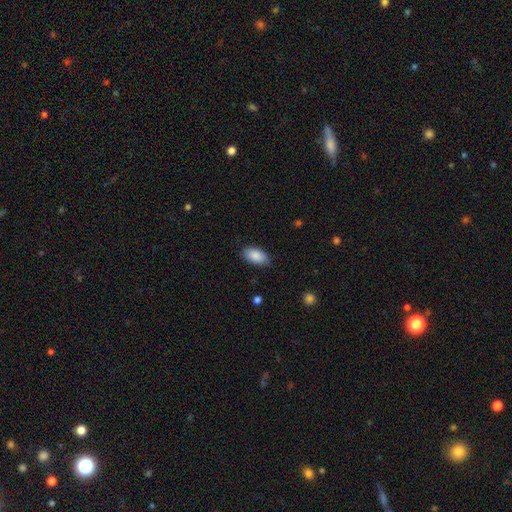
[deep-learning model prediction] A smooth galaxy with no disk features (88%) that is in between round and cigar-shaped (94%).

Vote fractions:
- Smooth or featured? smooth: 88% / star or artifact: 6% / featured or disk: 6%
- How rounded? in between: 94% / round: 3% / cigar-shaped: 3%
- Merging? none: 84% / minor disturbance: 13% / major disturbance: 3% / merger: 1%